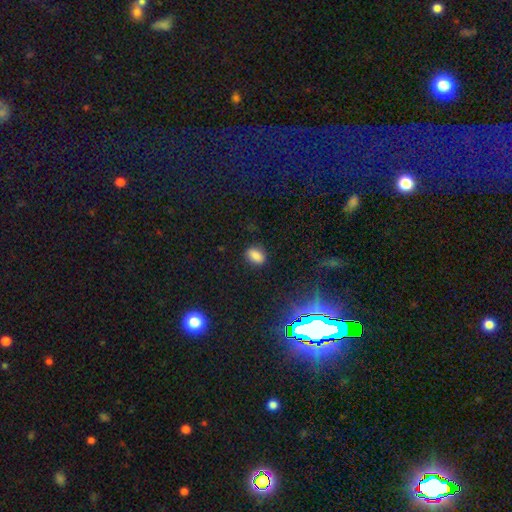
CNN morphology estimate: Smooth or featured? smooth (81%)
How rounded? in between (84%)
Merging? none (83%)